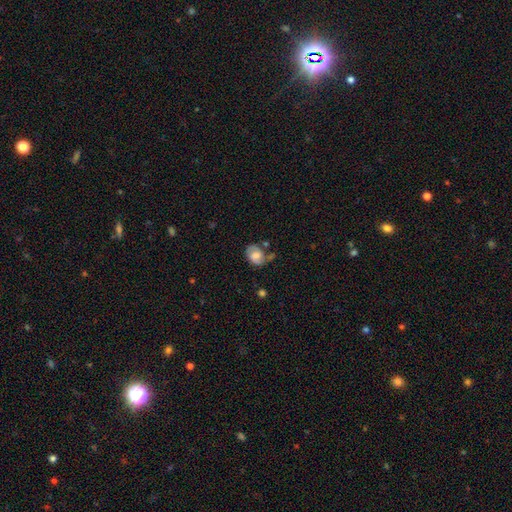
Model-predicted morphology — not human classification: smooth_or_featured: smooth (p=0.48) [alt: featured or disk p=0.44]
merging: none (p=0.48) [alt: minor disturbance p=0.28]